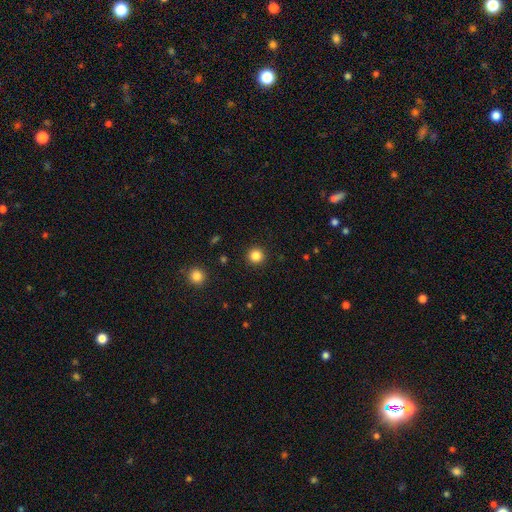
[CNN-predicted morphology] The model was most divided on "smooth or featured": smooth: 84%, star or artifact: 12%, featured or disk: 4%. More confident: how rounded — round (95%); merging — none (92%).